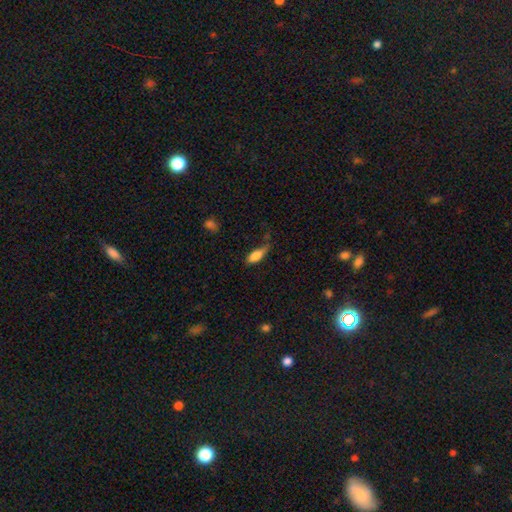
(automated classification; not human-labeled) A smooth galaxy with no disk features (80%) that is in between round and cigar-shaped (74%).

Vote fractions:
- Smooth or featured? smooth: 80% / featured or disk: 13% / star or artifact: 7%
- How rounded? in between: 74% / cigar-shaped: 23% / round: 3%
- Merging? none: 46% / minor disturbance: 35% / major disturbance: 15% / merger: 4%